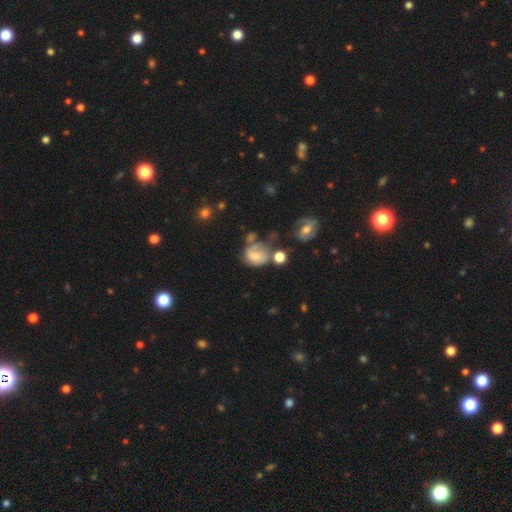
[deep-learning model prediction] This is marginally a smooth galaxy (44%, tied with featured or disk). Merging: marginally none (29%).